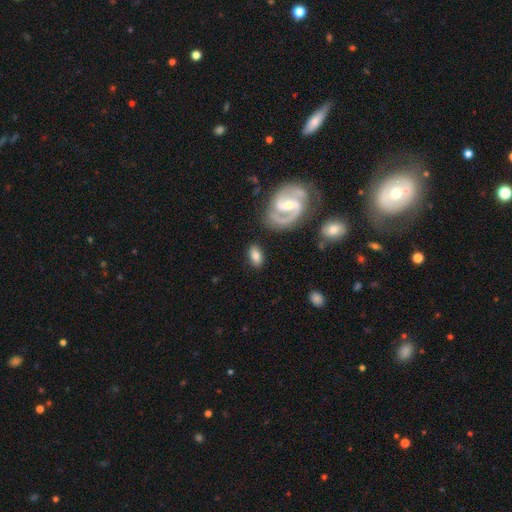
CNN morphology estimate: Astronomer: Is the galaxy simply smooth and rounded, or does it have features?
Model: smooth — 62%.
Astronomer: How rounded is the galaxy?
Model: in between — 90%.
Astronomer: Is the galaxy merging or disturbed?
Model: none — 78%.